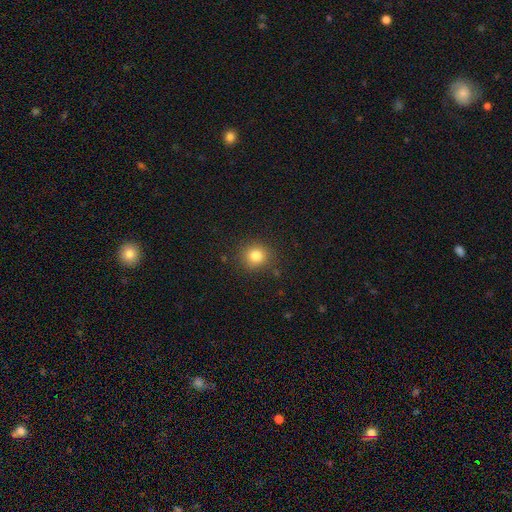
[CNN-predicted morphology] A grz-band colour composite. It shows a smooth galaxy with no disk features (81%) that is round (88%). Merging: none (87%).